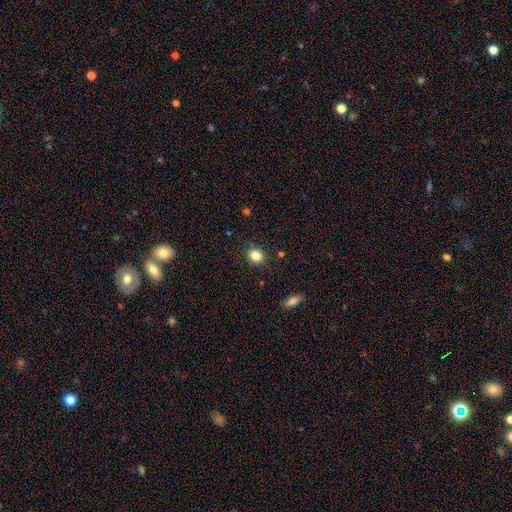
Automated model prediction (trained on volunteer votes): This is clearly a smooth galaxy (84%). How rounded: likely round (69%). Merging: clearly none (87%).